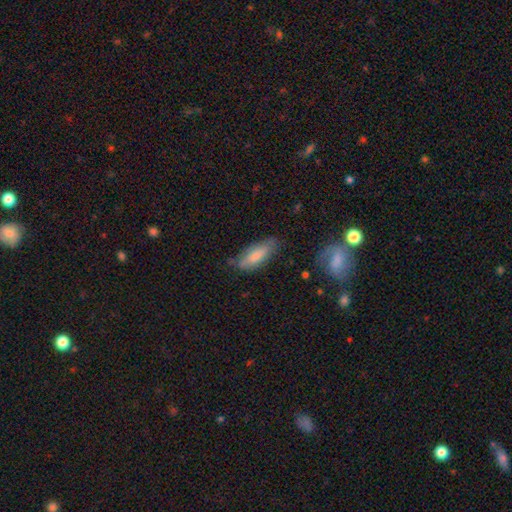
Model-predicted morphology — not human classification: Smooth or featured: smooth — 70% (featured or disk — 24%)
How rounded: in between — 62% (cigar-shaped — 36%)
Merging: none — 64% (minor disturbance — 27%)